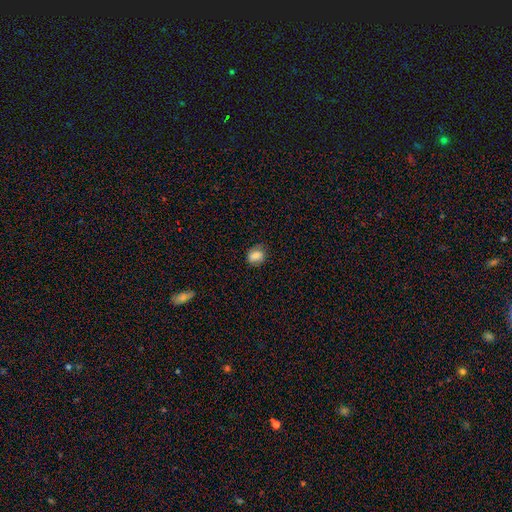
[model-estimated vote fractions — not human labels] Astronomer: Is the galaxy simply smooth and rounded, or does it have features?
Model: smooth — 79%.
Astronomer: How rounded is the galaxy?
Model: round — 57% (runner-up: in between, 42%).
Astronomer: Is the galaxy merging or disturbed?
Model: none — 76%.